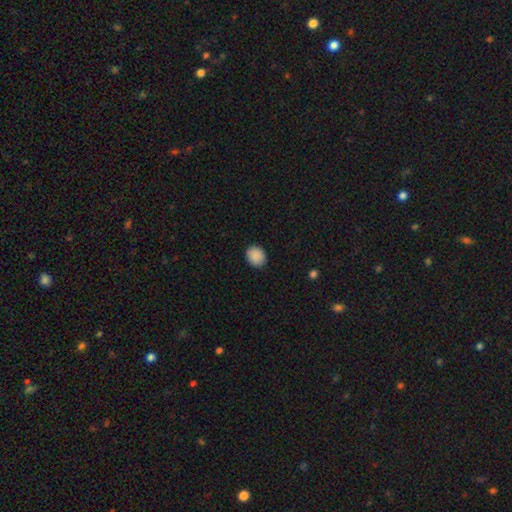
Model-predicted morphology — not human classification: This appears to be a smooth galaxy with no disk features (89%) that is round (69%). Merging: none (89%).